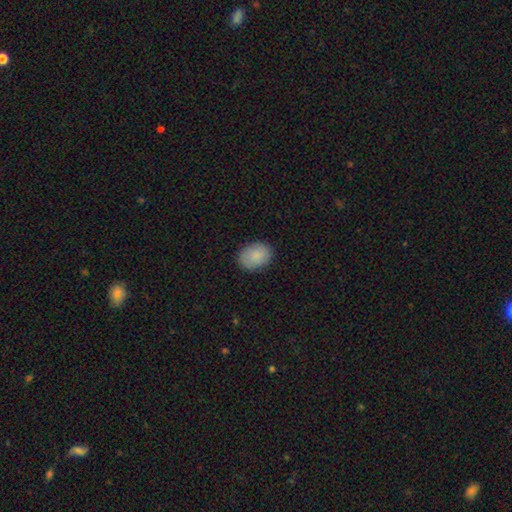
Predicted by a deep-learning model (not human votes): Q: Smooth or featured?
A: smooth (87%); runner-up: star or artifact (7%)
Q: How rounded?
A: in between (73%); runner-up: round (26%)
Q: Merging?
A: none (86%); runner-up: minor disturbance (10%)